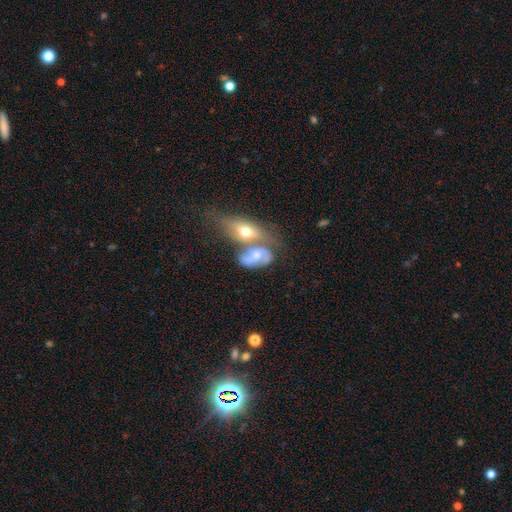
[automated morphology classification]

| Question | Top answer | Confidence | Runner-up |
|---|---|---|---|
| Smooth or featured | featured or disk | 61% | smooth (31%) |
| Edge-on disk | no | 91% | yes (9%) |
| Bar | no | 63% | weak (29%) |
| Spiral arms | yes | 75% | no (25%) |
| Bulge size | moderate | 61% | small (27%) |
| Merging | merger | 59% | none (21%) |